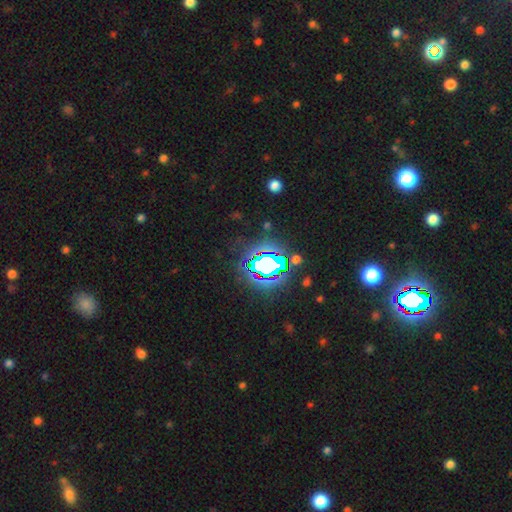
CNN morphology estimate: Smooth or featured: star or artifact — 75% (smooth — 15%)